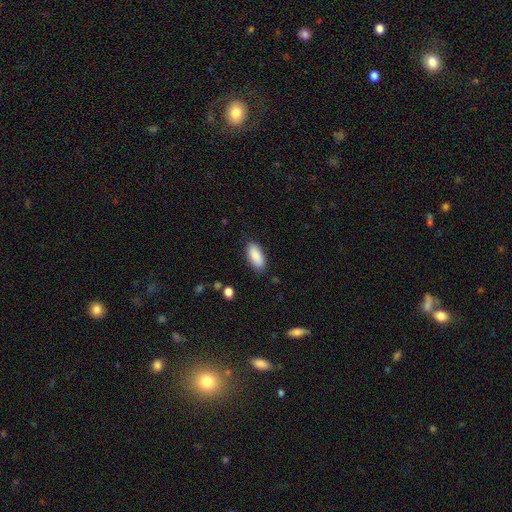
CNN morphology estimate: Q: Smooth or featured?
A: smooth (89%); runner-up: star or artifact (6%)
Q: How rounded?
A: in between (87%); runner-up: cigar-shaped (11%)
Q: Merging?
A: none (86%); runner-up: minor disturbance (11%)